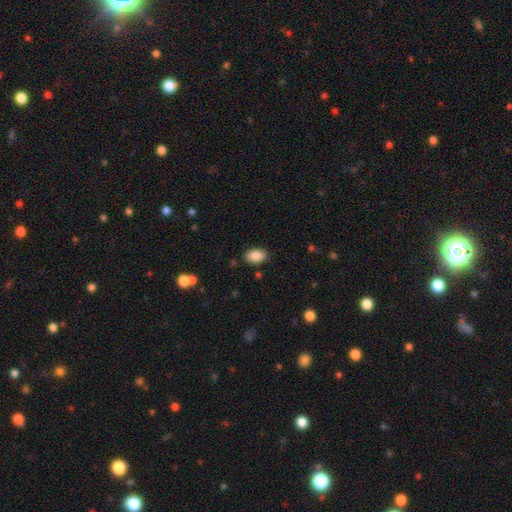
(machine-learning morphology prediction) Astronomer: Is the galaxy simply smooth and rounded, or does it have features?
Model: smooth — 87%.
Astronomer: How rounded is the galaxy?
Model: in between — 90%.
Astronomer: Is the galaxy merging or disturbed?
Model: none — 85%.